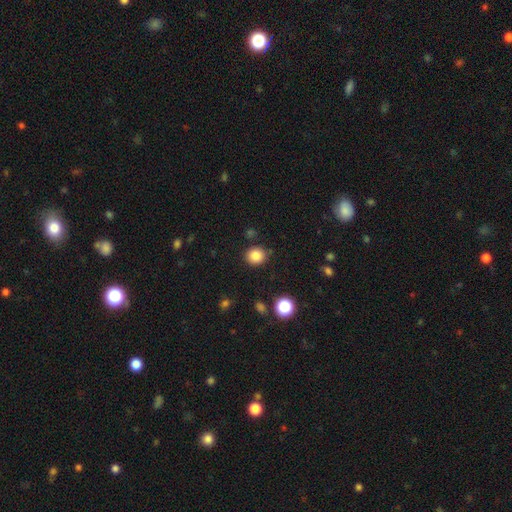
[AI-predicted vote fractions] A smooth galaxy with no disk features (85%) that is round (84%).

Vote fractions:
- Smooth or featured? smooth: 85% / star or artifact: 11% / featured or disk: 4%
- How rounded? round: 84% / in between: 15% / cigar-shaped: 1%
- Merging? none: 87% / minor disturbance: 8% / major disturbance: 2% / merger: 2%